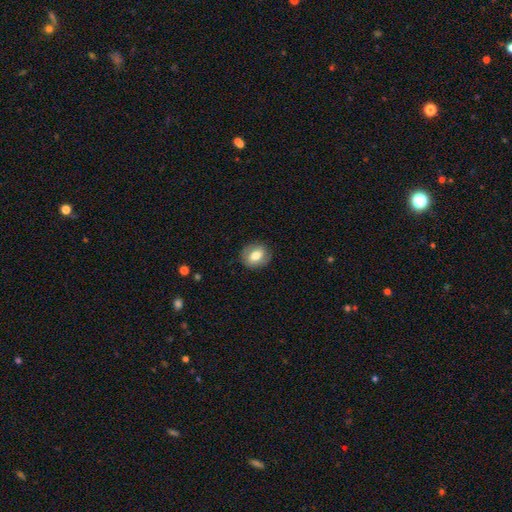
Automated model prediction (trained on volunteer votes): This is likely a smooth galaxy (67%). How rounded: possibly round (56%). Merging: clearly none (83%).